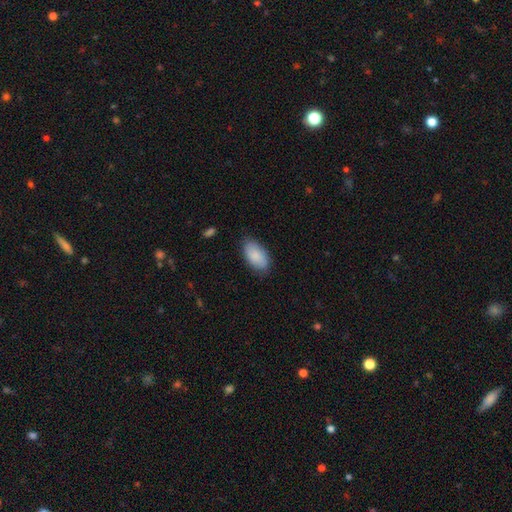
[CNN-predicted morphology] smooth 85%, featured or disk 9%, star or artifact 6%. Down the decision tree: how rounded — in between (95%); merging — none (80%).